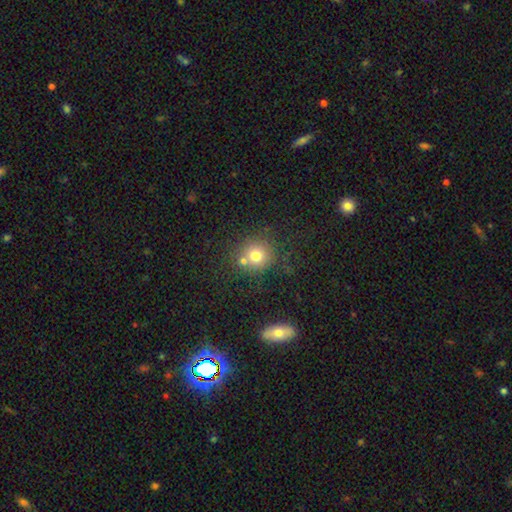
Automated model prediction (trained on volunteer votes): This is likely a smooth galaxy (73%). How rounded: clearly round (89%). Merging: likely none (63%).